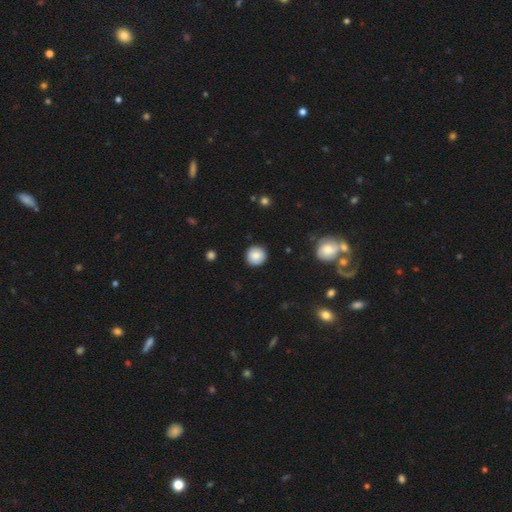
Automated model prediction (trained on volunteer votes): smooth-or-featured: smooth: 85% | star or artifact: 8% | featured or disk: 7%
  how-rounded: round: 94% | in between: 5% | cigar-shaped: 1%
  merging: none: 91% | minor disturbance: 7% | major disturbance: 2% | merger: 1%